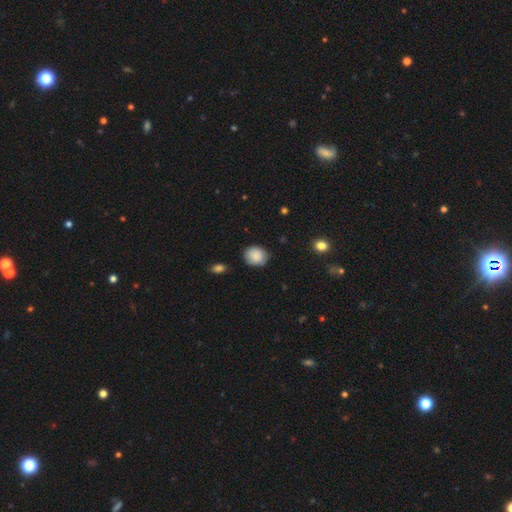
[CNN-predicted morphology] Q: Smooth or featured?
A: smooth (87%); runner-up: star or artifact (8%)
Q: How rounded?
A: round (66%); runner-up: in between (33%)
Q: Merging?
A: none (76%); runner-up: minor disturbance (19%)